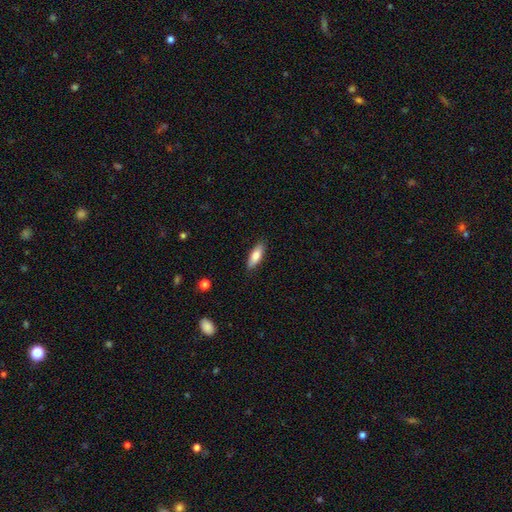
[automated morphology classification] This appears to be a smooth galaxy with no disk features (76%) that is in between round and cigar-shaped (59%). Merging: none (86%).